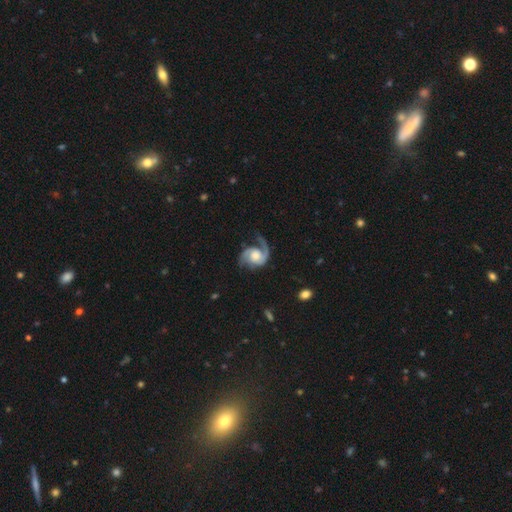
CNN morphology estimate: A featured or disk galaxy (89%) with no bar (67%), 2 (79%) medium (50%) spiral arms (98%) and a moderate central bulge (47%). Merging: none (63%).